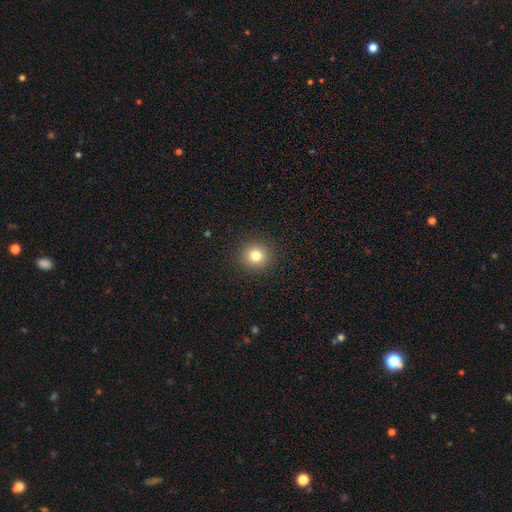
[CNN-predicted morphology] The model was most divided on "smooth or featured": smooth: 79%, star or artifact: 13%, featured or disk: 8%. More confident: how rounded — round (94%); merging — none (92%).